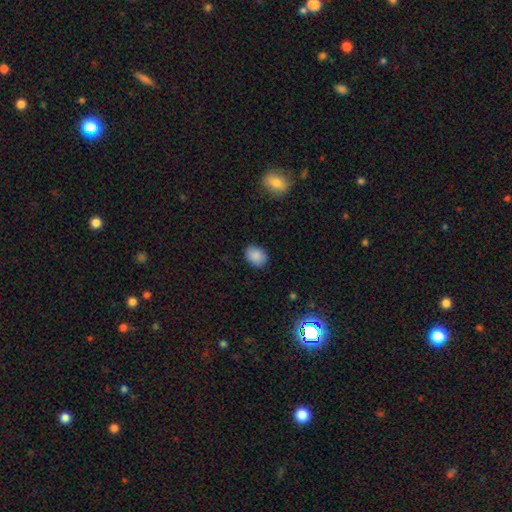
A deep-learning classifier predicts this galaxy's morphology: This is clearly a smooth galaxy (88%). How rounded: likely in between (60%). Merging: clearly none (86%).